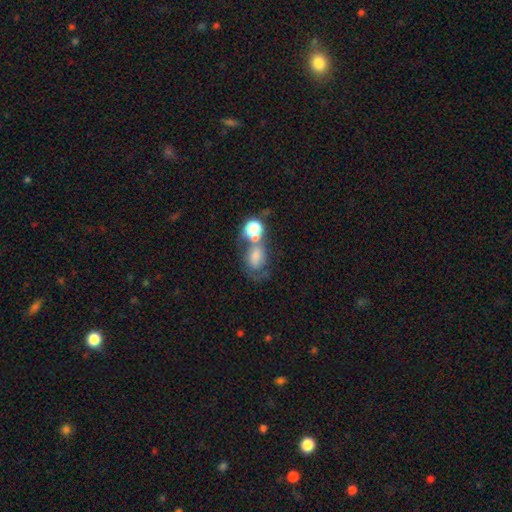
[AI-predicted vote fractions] smooth_or_featured: smooth (p=0.58) [alt: featured or disk p=0.27]
how_rounded: in between (p=0.60) [alt: round p=0.39]
merging: merger (p=0.45) [alt: none p=0.26]